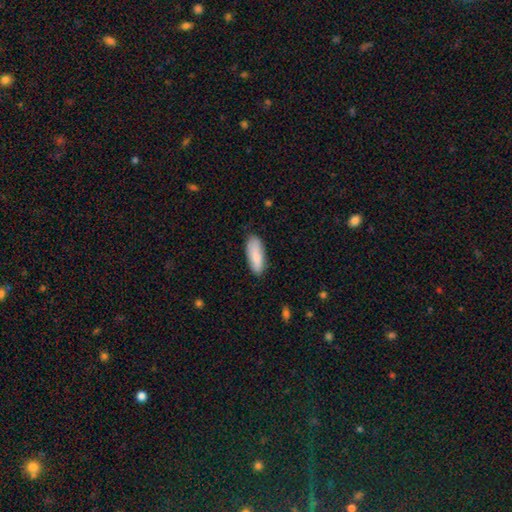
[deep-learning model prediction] smooth_or_featured: smooth (p=0.87) [alt: featured or disk p=0.07]
how_rounded: in between (p=0.67) [alt: cigar-shaped p=0.31]
merging: none (p=0.82) [alt: minor disturbance p=0.14]